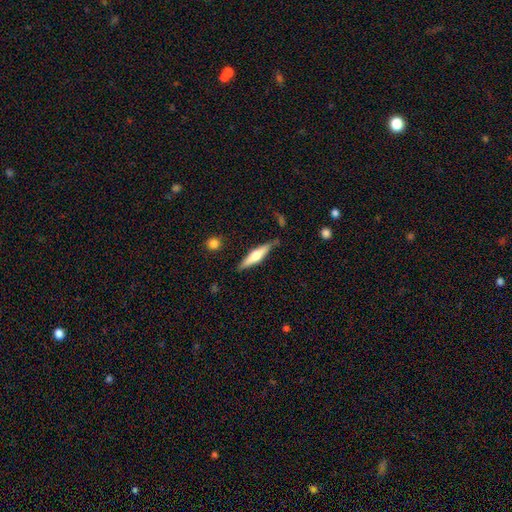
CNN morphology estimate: type=featured or disk (52%); edge-on=yes (95%); merging=none (82%).